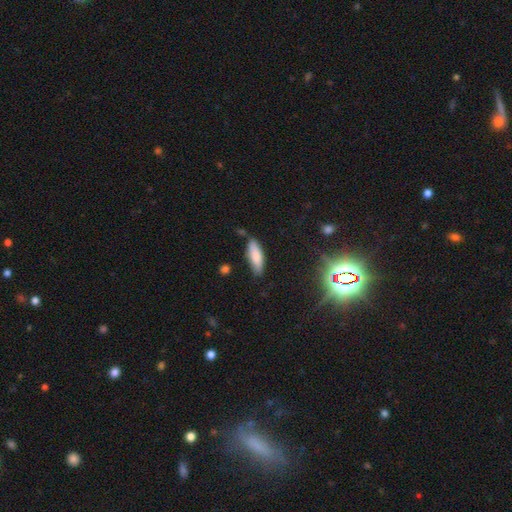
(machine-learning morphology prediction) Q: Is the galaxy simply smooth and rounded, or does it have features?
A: smooth — 83%.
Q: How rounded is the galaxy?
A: in between — 55%.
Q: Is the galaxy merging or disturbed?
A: none — 76%.